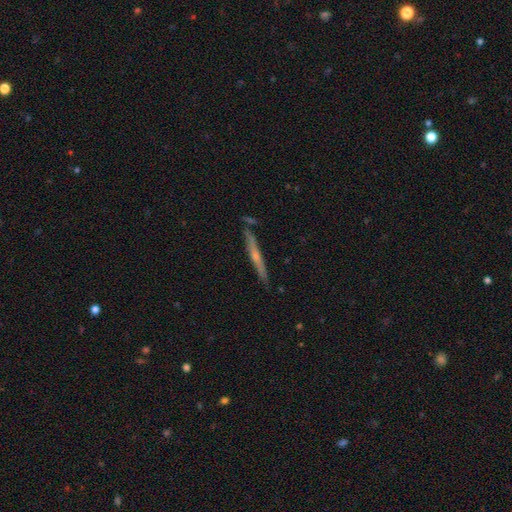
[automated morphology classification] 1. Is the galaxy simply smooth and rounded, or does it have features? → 69% featured or disk, 25% smooth, 6% star or artifact.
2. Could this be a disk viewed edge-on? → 96% yes, 4% no.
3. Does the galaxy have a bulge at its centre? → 67% rounded, 30% none, 3% boxy.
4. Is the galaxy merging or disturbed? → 83% none, 11% minor disturbance, 4% merger, 2% major disturbance.